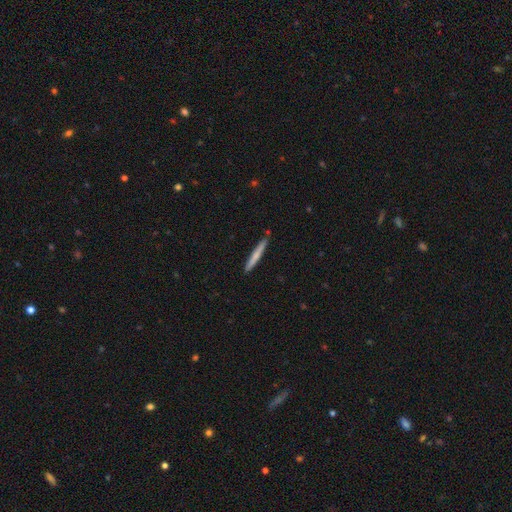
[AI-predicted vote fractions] A smooth galaxy with no disk features (68%) that is cigar-shaped (96%). Merging: none (90%).